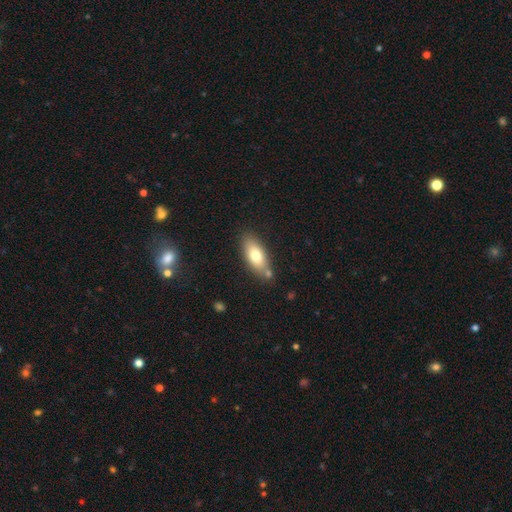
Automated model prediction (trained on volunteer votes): smooth-or-featured: smooth: 75% | featured or disk: 18% | star or artifact: 7%
  how-rounded: in between: 82% | cigar-shaped: 15% | round: 3%
  merging: none: 72% | minor disturbance: 14% | merger: 10% | major disturbance: 3%